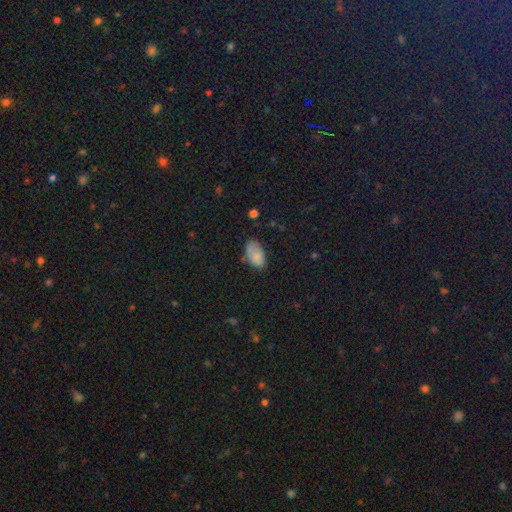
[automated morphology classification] A smooth galaxy with no disk features (81%) that is in between round and cigar-shaped (94%). Merging: none (61%).